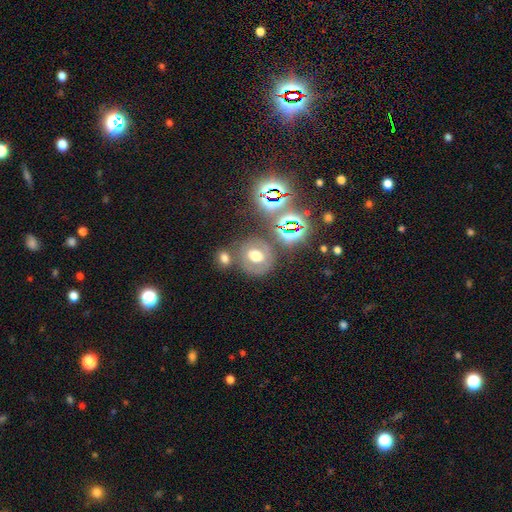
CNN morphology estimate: smooth-or-featured: smooth: 41% | featured or disk: 39% | star or artifact: 21%
  merging: none: 66% | minor disturbance: 14% | merger: 12% | major disturbance: 8%